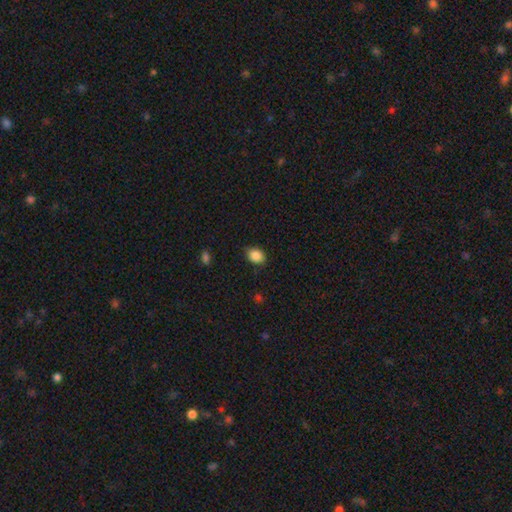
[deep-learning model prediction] Q: Smooth or featured?
A: smooth (87%); runner-up: star or artifact (9%)
Q: How rounded?
A: in between (63%); runner-up: round (35%)
Q: Merging?
A: none (81%); runner-up: minor disturbance (15%)